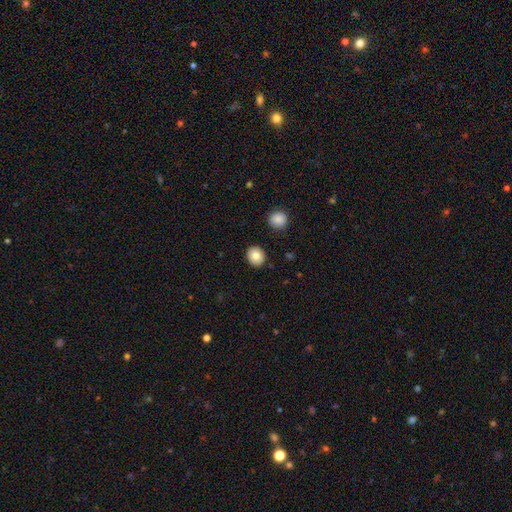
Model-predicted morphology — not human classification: A smooth galaxy with no disk features (81%) that is round (79%).

Vote fractions:
- Smooth or featured? smooth: 81% / featured or disk: 10% / star or artifact: 9%
- How rounded? round: 79% / in between: 20% / cigar-shaped: 1%
- Merging? none: 90% / minor disturbance: 6% / major disturbance: 2% / merger: 2%